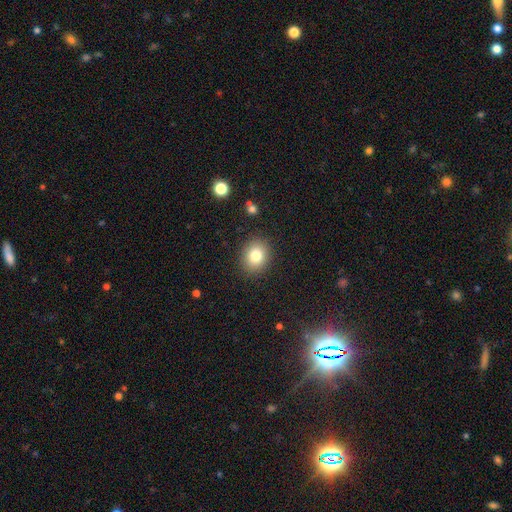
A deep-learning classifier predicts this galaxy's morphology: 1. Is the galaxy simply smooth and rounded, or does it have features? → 81% smooth, 10% star or artifact, 9% featured or disk.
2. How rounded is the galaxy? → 61% round, 38% in between, 1% cigar-shaped.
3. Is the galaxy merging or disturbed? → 88% none, 8% minor disturbance, 3% major disturbance, 1% merger.